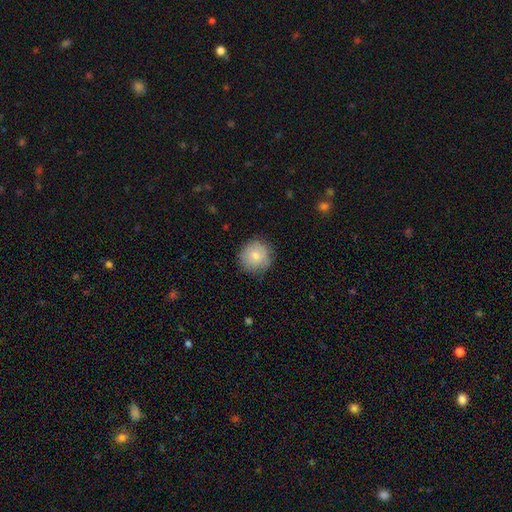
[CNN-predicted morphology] Smooth or featured: smooth — 77% (featured or disk — 15%)
How rounded: round — 93% (in between — 6%)
Merging: none — 84% (minor disturbance — 13%)